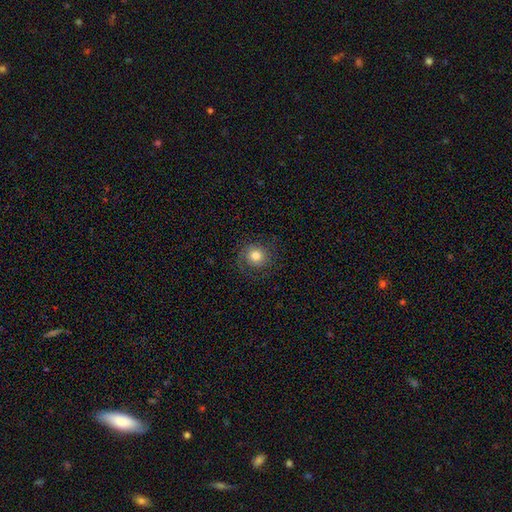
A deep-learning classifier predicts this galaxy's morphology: smooth 66%, featured or disk 24%, star or artifact 10%. Down the decision tree: how rounded — round (89%); merging — none (78%).